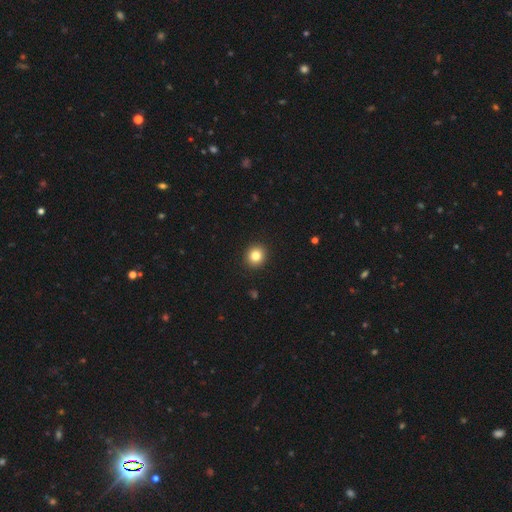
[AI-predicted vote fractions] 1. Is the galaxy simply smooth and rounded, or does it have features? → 82% smooth, 11% star or artifact, 7% featured or disk.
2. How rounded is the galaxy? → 86% round, 13% in between, 1% cigar-shaped.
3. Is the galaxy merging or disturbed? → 93% none, 5% minor disturbance, 2% major disturbance, 1% merger.